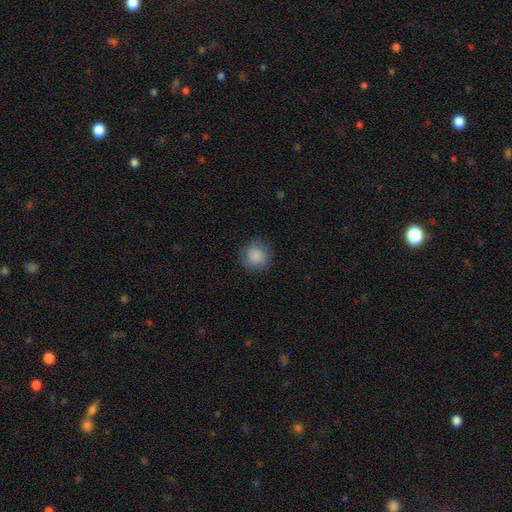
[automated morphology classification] Smooth or featured? Predicted: smooth (p=0.87). How rounded? Predicted: round (p=0.92). Merging? Predicted: none (p=0.86).